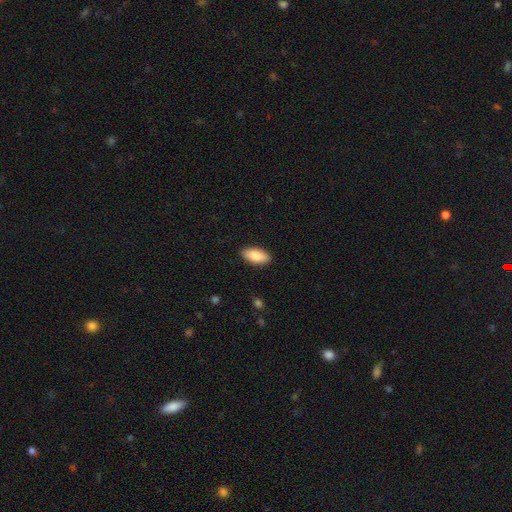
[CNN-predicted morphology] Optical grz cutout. It shows a smooth galaxy with no disk features (86%) that is in between round and cigar-shaped (90%). Merging: none (89%).